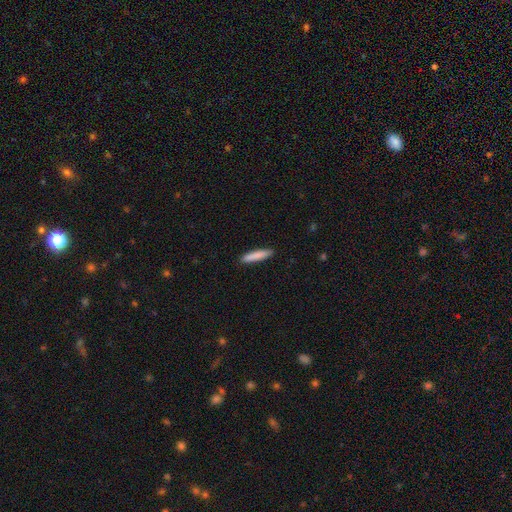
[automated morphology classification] The model was most divided on "smooth or featured": smooth: 85%, featured or disk: 9%, star or artifact: 6%. More confident: merging — none (91%); how rounded — cigar-shaped (89%).